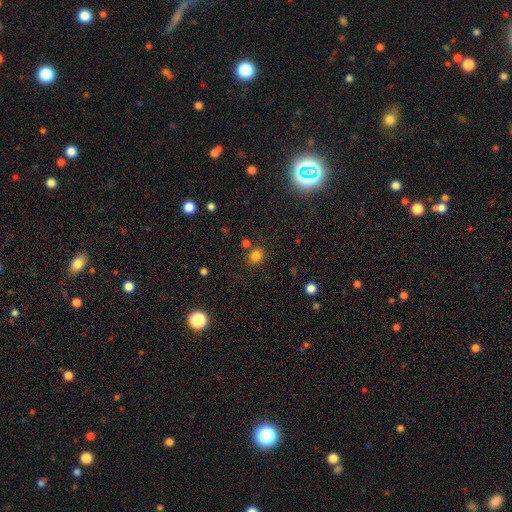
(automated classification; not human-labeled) Overall: smooth (81%). How rounded: round (65%; in between 34%). Merging: none (78%).